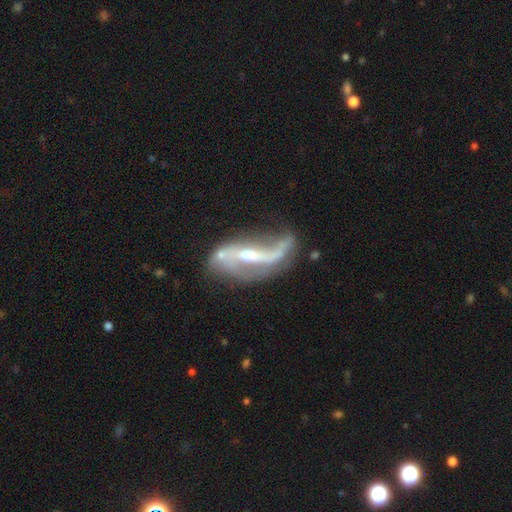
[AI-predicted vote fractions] Smooth or featured? Predicted: featured or disk (p=0.84). Edge-on disk? Predicted: no (p=0.89). Bar? Predicted: strong (p=0.37). Spiral arms? Predicted: yes (p=0.87). Spiral winding? Predicted: loose (p=0.81). Spiral arm count? Predicted: 2 (p=0.78). Bulge size? Predicted: small (p=0.49). Merging? Predicted: none (p=0.42).